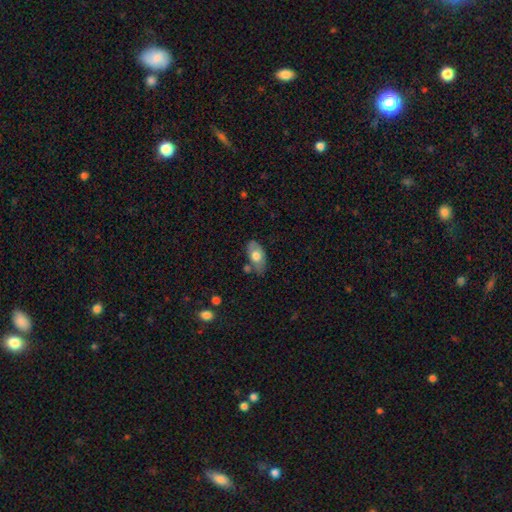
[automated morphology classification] A smooth galaxy with no disk features (66%) that is in between round and cigar-shaped (91%). Merging: none (61%).